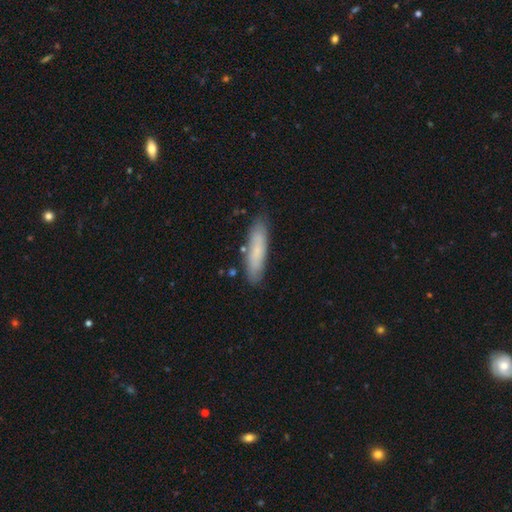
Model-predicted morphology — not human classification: Smooth or featured? Predicted: smooth (p=0.69). How rounded? Predicted: cigar-shaped (p=0.81). Merging? Predicted: none (p=0.83).